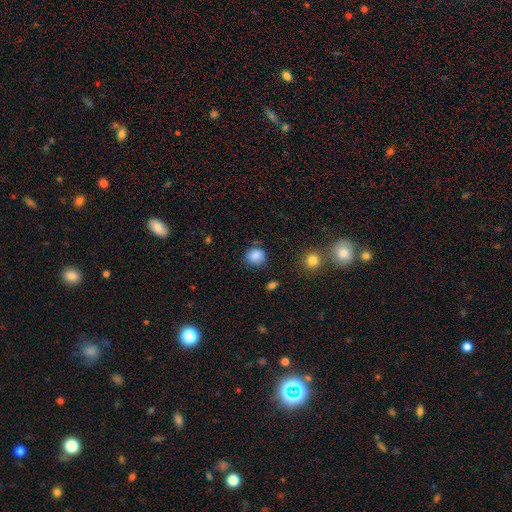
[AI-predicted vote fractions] Morphology: type=smooth (85%); roundness=round (83%); merging=none (78%).